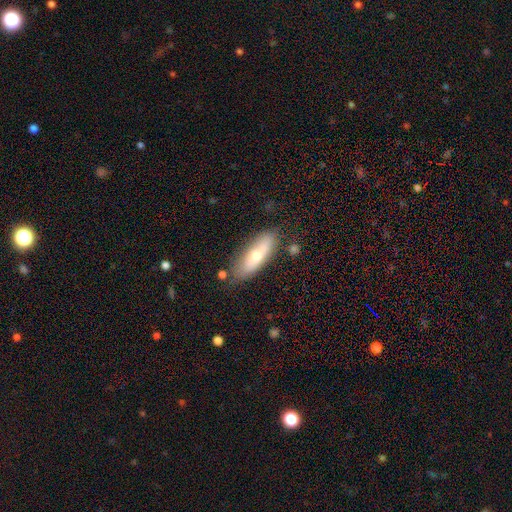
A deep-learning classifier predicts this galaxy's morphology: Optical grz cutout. It shows a smooth galaxy with no disk features (61%) that is in between round and cigar-shaped (57%). Merging: none (73%).